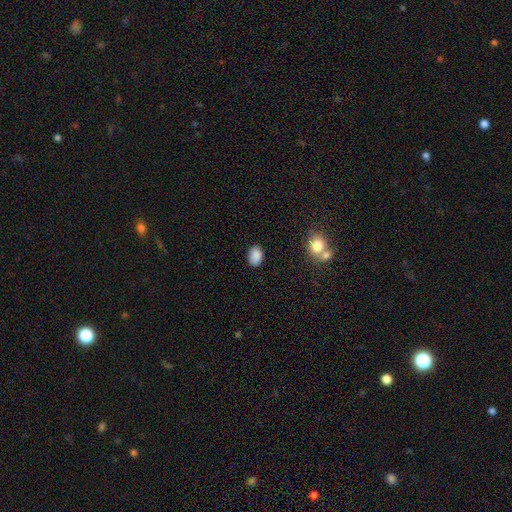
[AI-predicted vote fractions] Smooth or featured? Predicted: smooth (p=0.87). How rounded? Predicted: in between (p=0.78). Merging? Predicted: none (p=0.85).